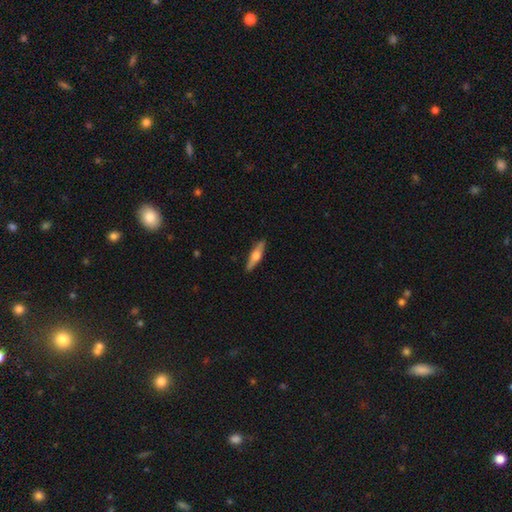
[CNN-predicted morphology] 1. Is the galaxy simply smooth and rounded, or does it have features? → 55% featured or disk, 40% smooth, 6% star or artifact.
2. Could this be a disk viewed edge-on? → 94% yes, 6% no.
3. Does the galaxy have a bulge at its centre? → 91% rounded, 6% boxy, 3% none.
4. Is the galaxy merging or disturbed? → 88% none, 9% minor disturbance, 2% major disturbance, 1% merger.